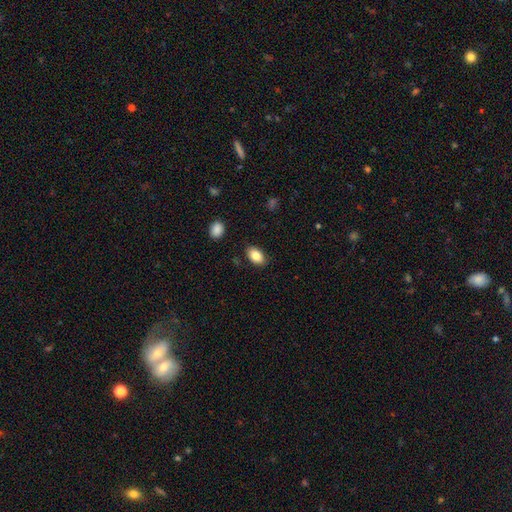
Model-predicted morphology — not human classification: type=smooth (85%); roundness=in between (90%); merging=none (86%).